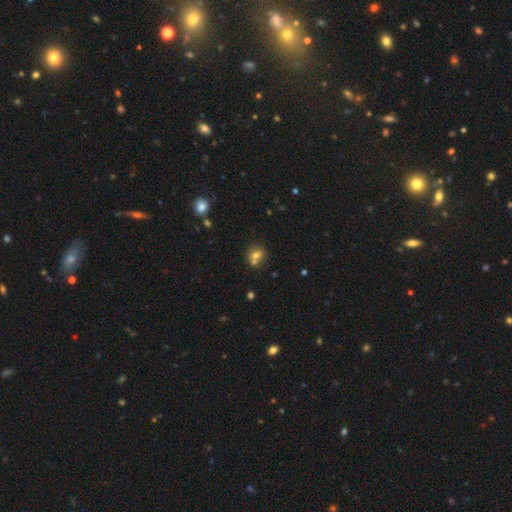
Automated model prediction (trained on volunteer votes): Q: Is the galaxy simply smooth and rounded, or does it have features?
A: smooth — 69%.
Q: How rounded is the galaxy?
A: round — 76%.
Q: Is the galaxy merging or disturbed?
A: none — 52%.